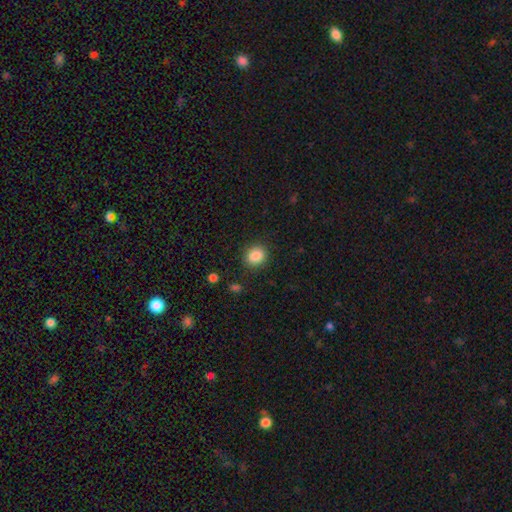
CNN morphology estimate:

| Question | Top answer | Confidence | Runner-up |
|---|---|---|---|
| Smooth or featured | smooth | 86% | star or artifact (10%) |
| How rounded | round | 71% | in between (28%) |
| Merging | none | 88% | minor disturbance (8%) |